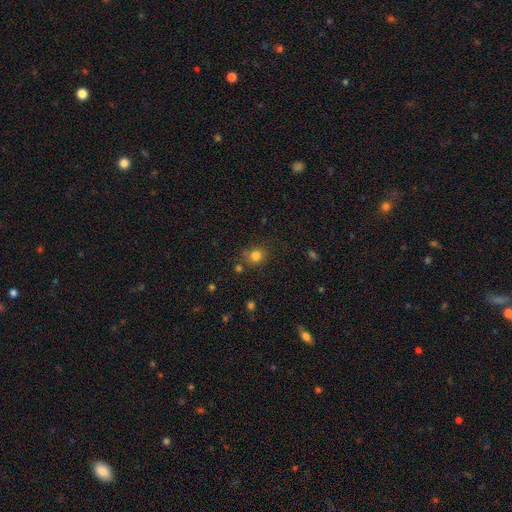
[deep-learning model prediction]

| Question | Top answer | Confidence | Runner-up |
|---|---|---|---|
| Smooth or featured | smooth | 80% | star or artifact (14%) |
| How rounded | round | 79% | in between (20%) |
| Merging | none | 75% | minor disturbance (14%) |